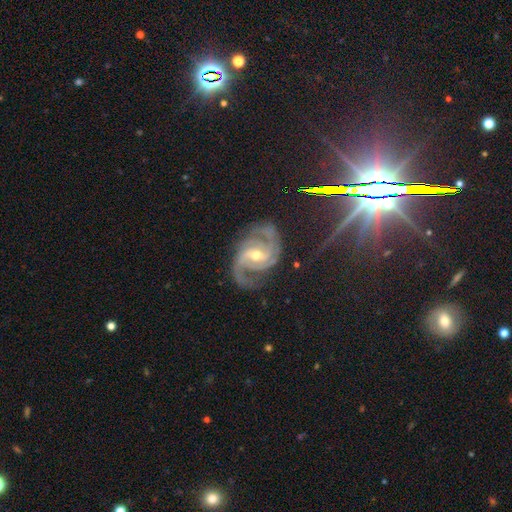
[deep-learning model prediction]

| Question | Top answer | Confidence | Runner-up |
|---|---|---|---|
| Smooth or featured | featured or disk | 88% | star or artifact (8%) |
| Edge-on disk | no | 98% | yes (2%) |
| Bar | weak | 42% | no (33%) |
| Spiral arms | yes | 98% | no (2%) |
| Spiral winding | medium | 50% | tight (40%) |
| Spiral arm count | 2 | 42% | 3 (35%) |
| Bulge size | moderate | 62% | small (34%) |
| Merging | none | 74% | minor disturbance (17%) |